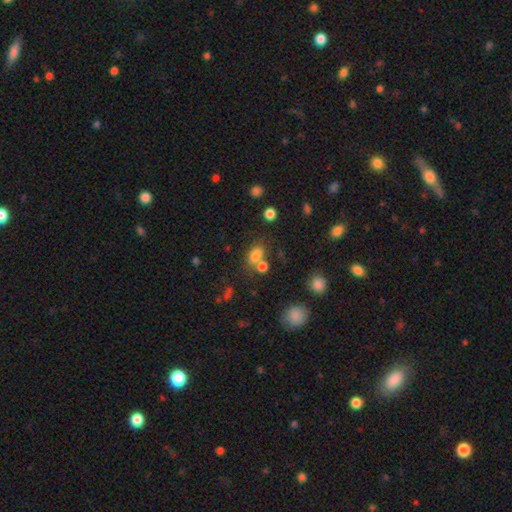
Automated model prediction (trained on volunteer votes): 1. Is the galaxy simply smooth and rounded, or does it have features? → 78% smooth, 14% star or artifact, 8% featured or disk.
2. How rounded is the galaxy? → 78% in between, 20% round, 2% cigar-shaped.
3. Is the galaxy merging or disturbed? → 52% none, 29% merger, 13% minor disturbance, 6% major disturbance.